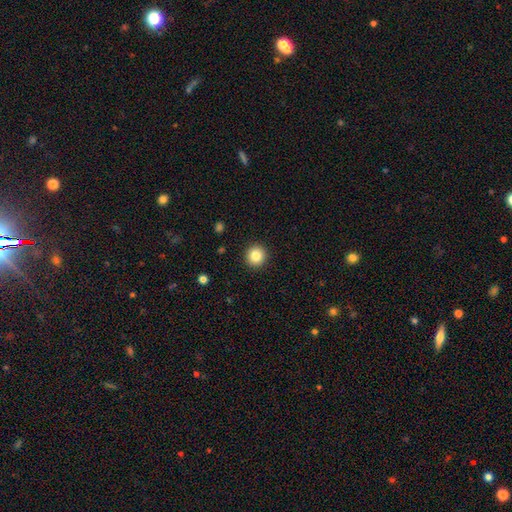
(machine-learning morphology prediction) A smooth galaxy with no disk features (85%) that is round (95%).

Vote fractions:
- Smooth or featured? smooth: 85% / star or artifact: 10% / featured or disk: 5%
- How rounded? round: 95% / in between: 4% / cigar-shaped: 1%
- Merging? none: 93% / minor disturbance: 5% / major disturbance: 2% / merger: 1%